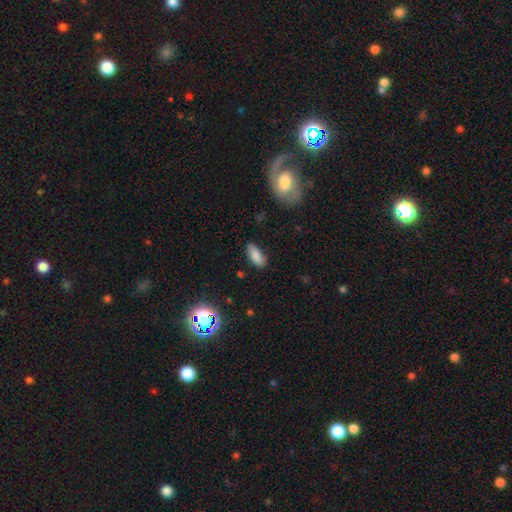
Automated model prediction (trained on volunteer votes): Overall: smooth (85%). How rounded: in between (82%). Merging: none (77%).